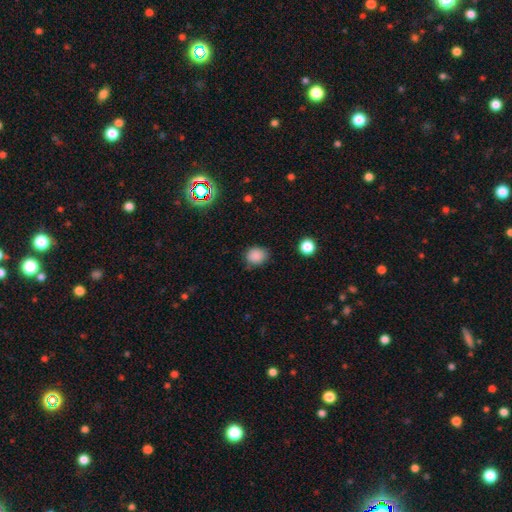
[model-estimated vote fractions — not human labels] Smooth or featured? Predicted: smooth (p=0.86). How rounded? Predicted: round (p=0.70). Merging? Predicted: none (p=0.78).